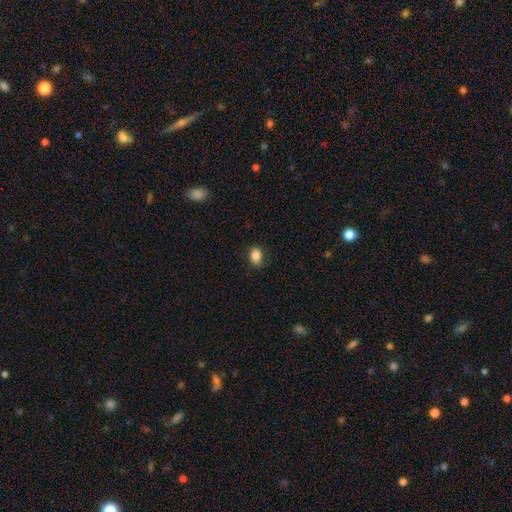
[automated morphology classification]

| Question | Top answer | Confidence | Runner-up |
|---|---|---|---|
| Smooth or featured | smooth | 86% | star or artifact (9%) |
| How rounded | in between | 74% | round (25%) |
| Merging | none | 82% | minor disturbance (14%) |